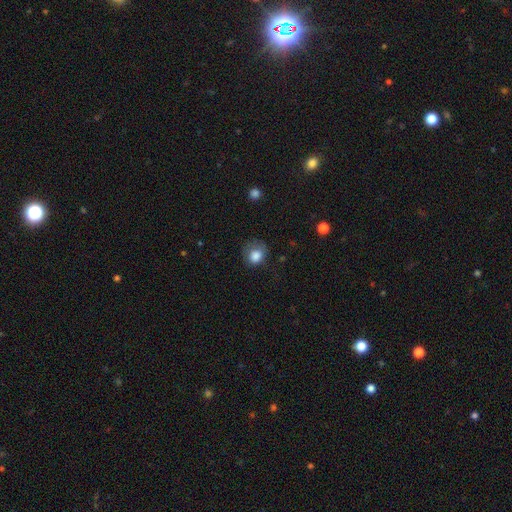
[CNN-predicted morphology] Smooth or featured? smooth (80%)
How rounded? round (65%)
Merging? none (44%)